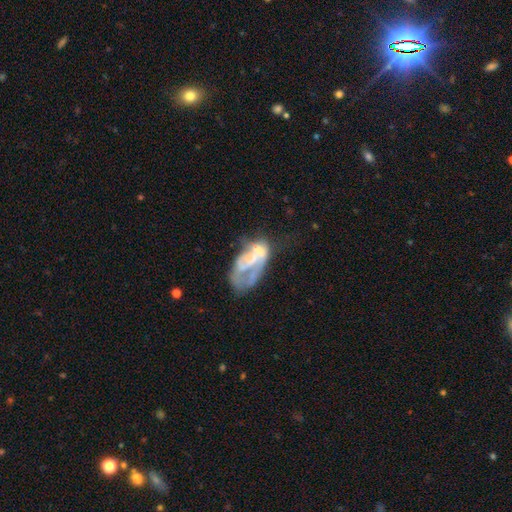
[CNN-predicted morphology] smooth-or-featured: featured or disk: 65% | smooth: 26% | star or artifact: 9%
  disk-edge-on: no: 96% | yes: 4%
    bar: no: 78% | weak: 17% | strong: 5%
    has-spiral-arms: no: 69% | yes: 31%
    bulge-size: small: 33% | moderate: 30% | none: 30% | large: 5% | dominant: 2%
  merging: major disturbance: 31% | merger: 27% | none: 24% | minor disturbance: 18%